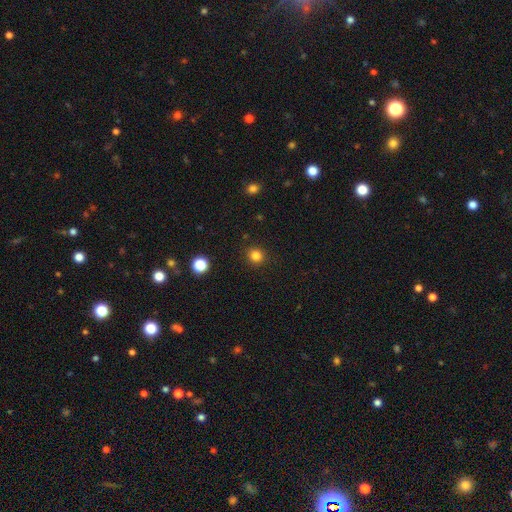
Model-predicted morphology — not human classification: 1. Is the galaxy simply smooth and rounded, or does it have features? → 83% smooth, 13% star or artifact, 4% featured or disk.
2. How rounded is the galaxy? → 85% round, 14% in between, 1% cigar-shaped.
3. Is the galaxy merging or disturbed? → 90% none, 6% minor disturbance, 2% major disturbance, 1% merger.